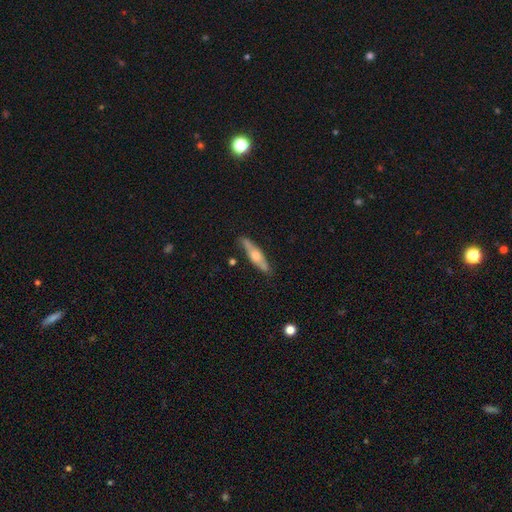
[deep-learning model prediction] featured or disk 53%, smooth 41%, star or artifact 5%. Down the decision tree: edge-on disk — yes (80%); merging — none (85%).